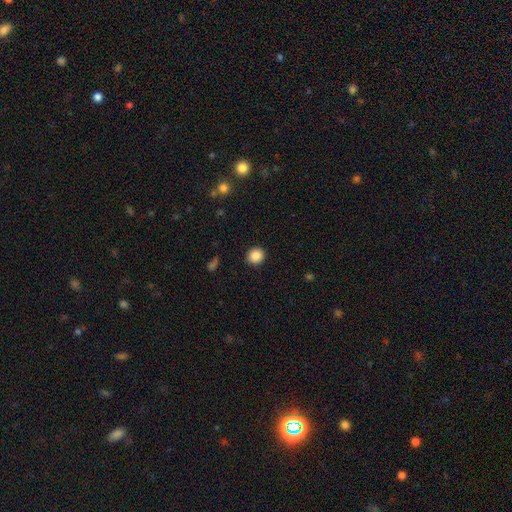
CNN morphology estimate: smooth_or_featured: smooth (p=0.87) [alt: star or artifact p=0.09]
how_rounded: round (p=0.88) [alt: in between p=0.11]
merging: none (p=0.91) [alt: minor disturbance p=0.06]